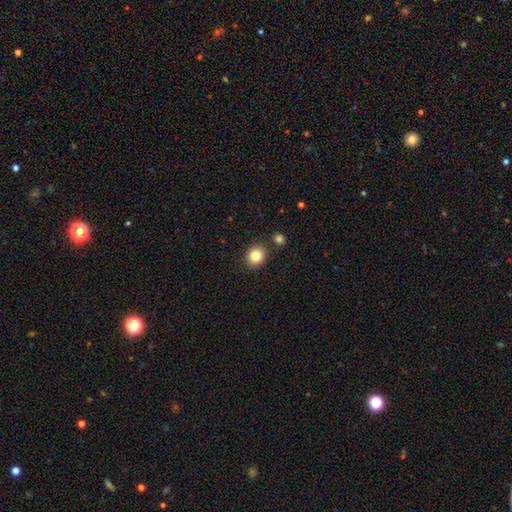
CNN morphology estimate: This is clearly a smooth galaxy (84%). How rounded: likely round (74%). Merging: clearly none (86%).